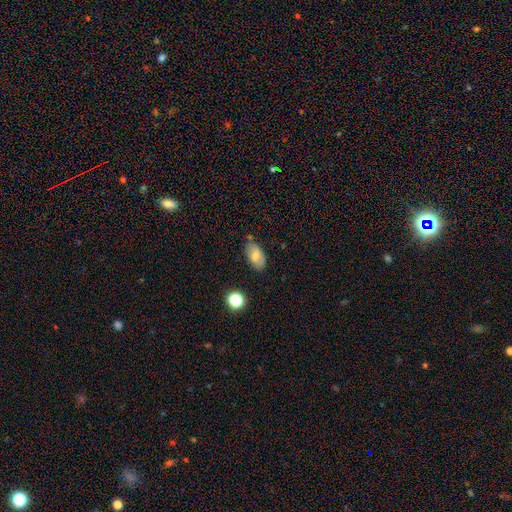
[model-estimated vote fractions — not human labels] The model was most divided on "smooth or featured": smooth: 71%, featured or disk: 20%, star or artifact: 9%. More confident: how rounded — in between (92%); merging — none (76%).